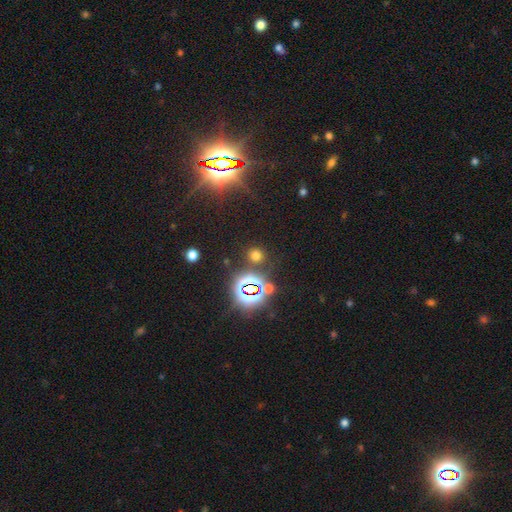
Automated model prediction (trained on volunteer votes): Q: Smooth or featured?
A: smooth (58%); runner-up: star or artifact (37%)
Q: How rounded?
A: round (85%); runner-up: in between (14%)
Q: Merging?
A: none (84%); runner-up: minor disturbance (7%)